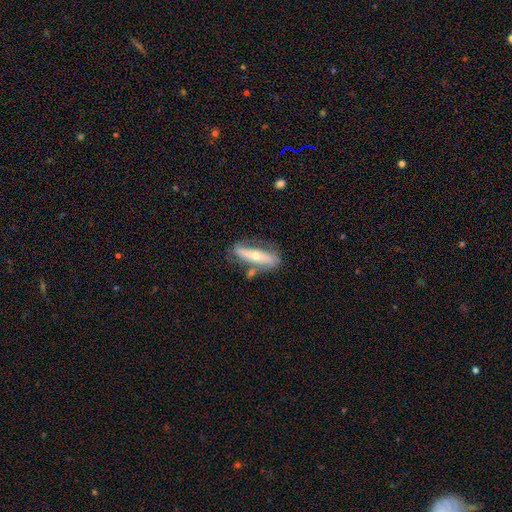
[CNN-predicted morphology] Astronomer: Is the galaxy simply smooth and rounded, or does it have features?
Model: featured or disk — 57% (runner-up: smooth, 37%).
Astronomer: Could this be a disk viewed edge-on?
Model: yes — 53% (runner-up: no, 47%).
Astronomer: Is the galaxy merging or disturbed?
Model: none — 62%.